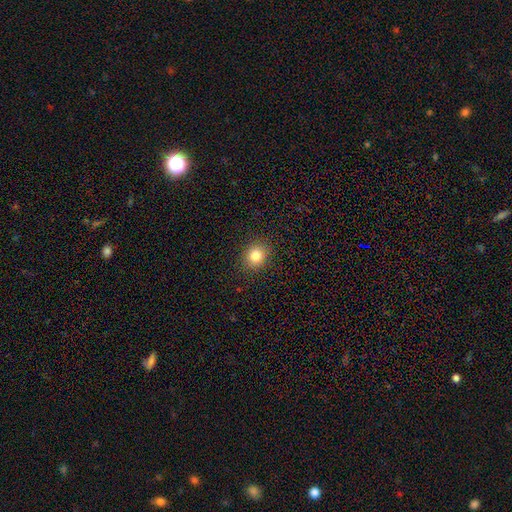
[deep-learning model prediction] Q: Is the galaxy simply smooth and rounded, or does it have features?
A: smooth — 83%.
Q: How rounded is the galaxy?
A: round — 73%.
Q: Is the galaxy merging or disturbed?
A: none — 90%.